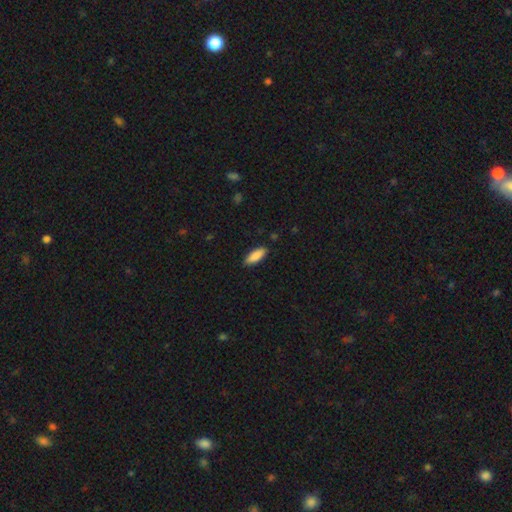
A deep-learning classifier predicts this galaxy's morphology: Smooth or featured? smooth (88%)
How rounded? in between (71%)
Merging? none (86%)